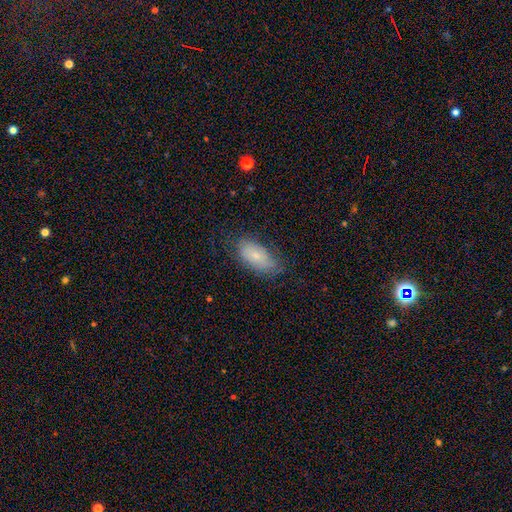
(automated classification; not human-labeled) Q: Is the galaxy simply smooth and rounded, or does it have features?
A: smooth — 69%.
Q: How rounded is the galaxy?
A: in between — 92%.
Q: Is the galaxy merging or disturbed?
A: none — 66%.